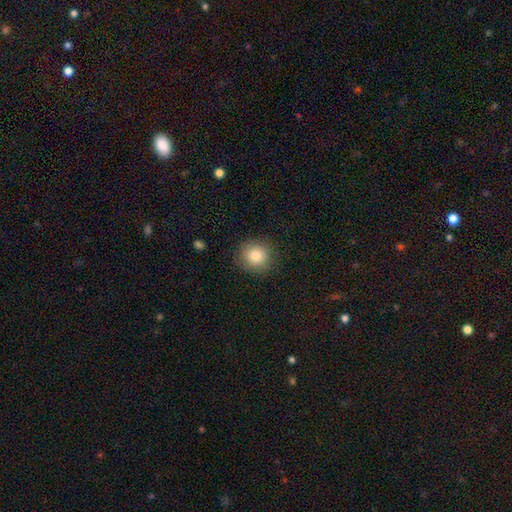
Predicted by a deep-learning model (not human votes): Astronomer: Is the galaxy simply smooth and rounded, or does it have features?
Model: smooth — 82%.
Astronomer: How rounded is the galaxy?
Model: round — 90%.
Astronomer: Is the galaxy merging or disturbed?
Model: none — 87%.